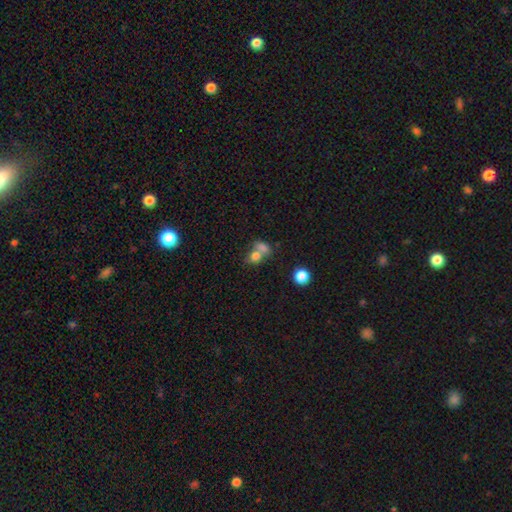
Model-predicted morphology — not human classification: This appears to be a smooth galaxy with no disk features (74%) that is in between round and cigar-shaped (54%). Merging: merger (59%).